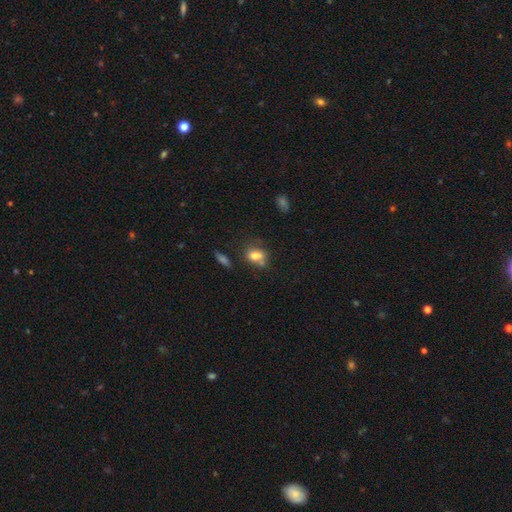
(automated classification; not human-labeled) This appears to be a smooth galaxy with no disk features (75%) that is in between round and cigar-shaped (63%). Merging: none (48%).